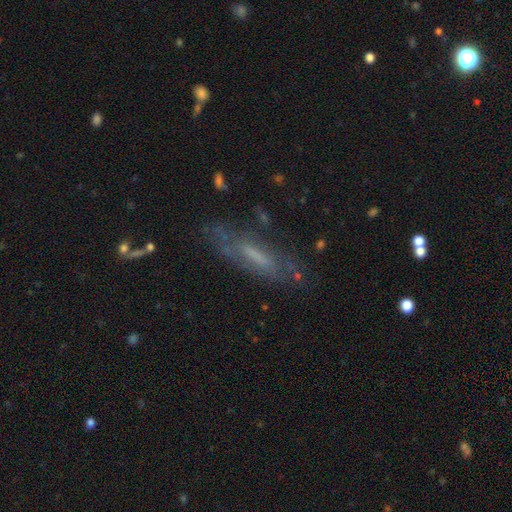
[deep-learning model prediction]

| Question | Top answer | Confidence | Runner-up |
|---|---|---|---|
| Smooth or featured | featured or disk | 57% | smooth (32%) |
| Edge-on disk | no | 61% | yes (39%) |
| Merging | none | 67% | minor disturbance (20%) |